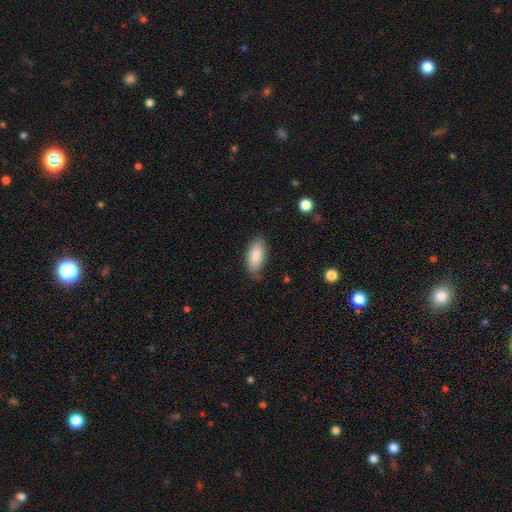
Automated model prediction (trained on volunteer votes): Q: Smooth or featured?
A: smooth (85%); runner-up: featured or disk (8%)
Q: How rounded?
A: in between (88%); runner-up: cigar-shaped (10%)
Q: Merging?
A: none (76%); runner-up: minor disturbance (19%)